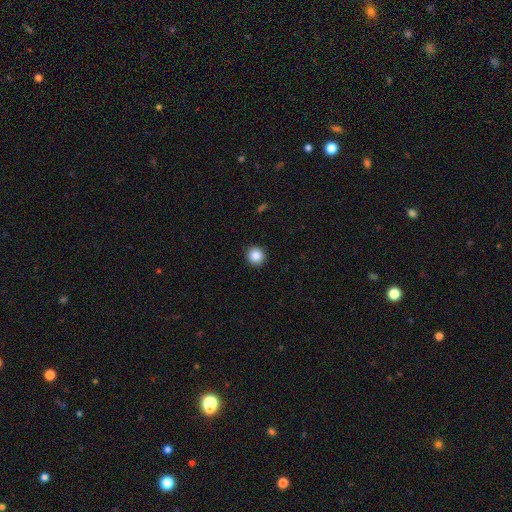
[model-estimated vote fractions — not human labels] This appears to be a smooth galaxy with no disk features (86%) that is round (95%). Merging: none (93%).